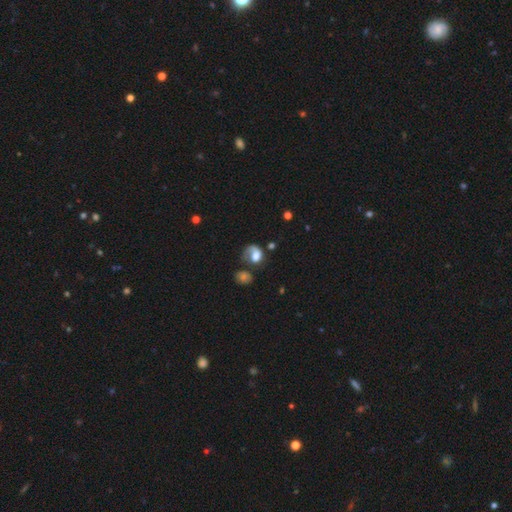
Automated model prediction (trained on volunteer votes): Smooth or featured? Predicted: smooth (p=0.51). How rounded? Predicted: round (p=0.50). Merging? Predicted: major disturbance (p=0.39).